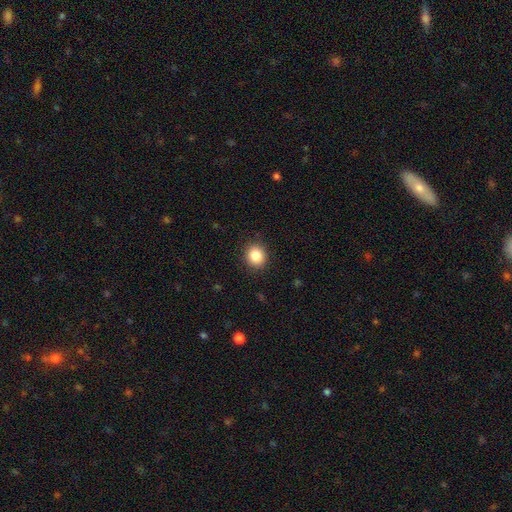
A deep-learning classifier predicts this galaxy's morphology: smooth 85%, star or artifact 10%, featured or disk 5%. Down the decision tree: how rounded — round (77%); merging — none (90%).